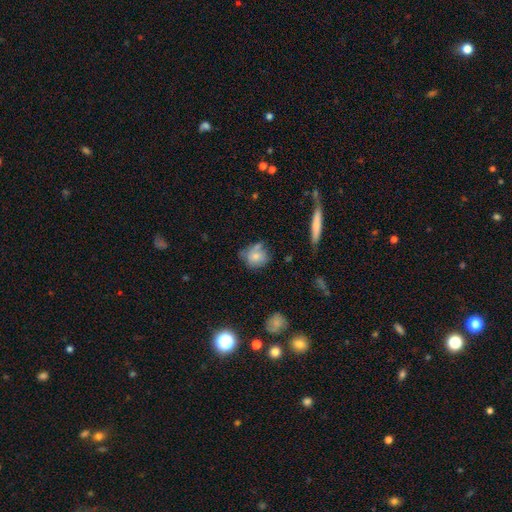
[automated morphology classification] This is likely a smooth galaxy (74%). How rounded: likely round (71%). Merging: possibly none (57%).